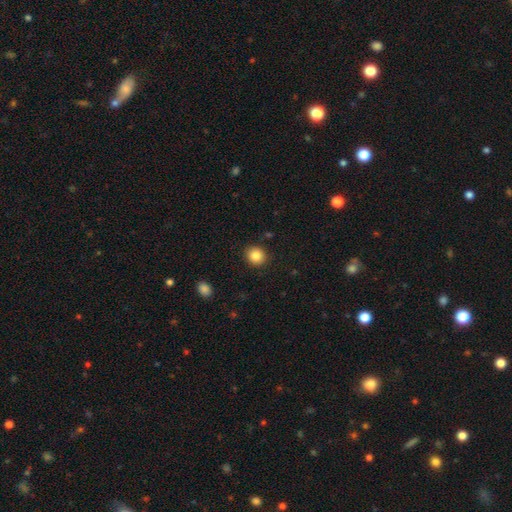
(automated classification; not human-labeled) The model was most divided on "how rounded": round: 83%, in between: 16%, cigar-shaped: 1%. More confident: merging — none (91%); smooth or featured — smooth (86%).